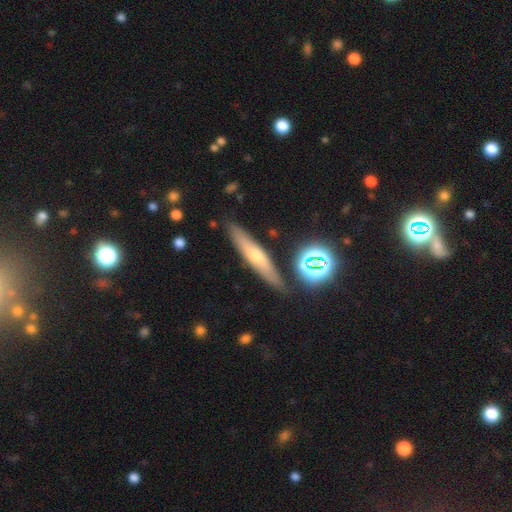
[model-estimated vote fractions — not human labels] This appears to be a featured or disk galaxy (44%, tied with smooth). Merging: none (85%).